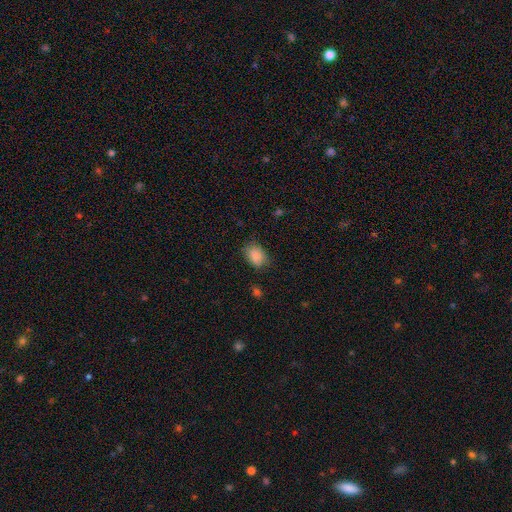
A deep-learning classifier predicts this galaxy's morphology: Smooth or featured? Predicted: smooth (p=0.88). How rounded? Predicted: in between (p=0.74). Merging? Predicted: none (p=0.74).